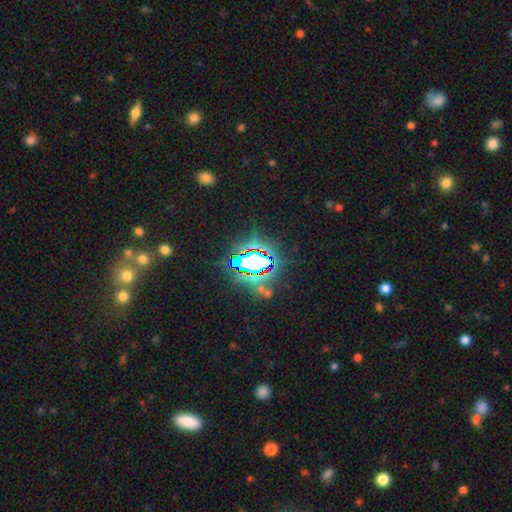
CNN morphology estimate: Smooth or featured?
  - star or artifact: 74% *
  - smooth: 14%
  - featured or disk: 12%